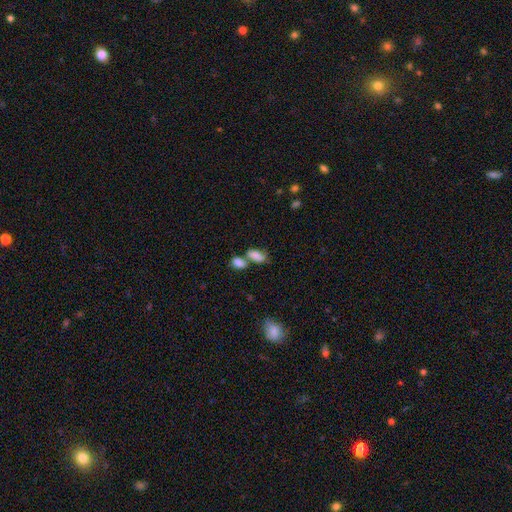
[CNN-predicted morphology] smooth_or_featured: smooth (p=0.82) [alt: featured or disk p=0.09]
how_rounded: in between (p=0.90) [alt: round p=0.06]
merging: merger (p=0.51) [alt: none p=0.32]